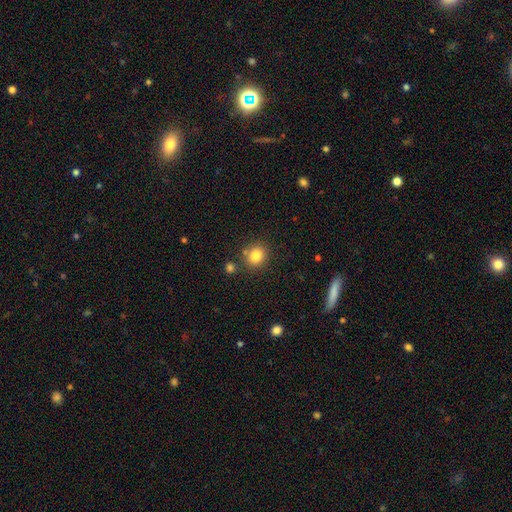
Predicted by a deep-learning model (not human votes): smooth-or-featured: smooth: 82% | star or artifact: 11% | featured or disk: 7%
  how-rounded: round: 78% | in between: 21% | cigar-shaped: 1%
  merging: none: 79% | minor disturbance: 10% | merger: 8% | major disturbance: 3%